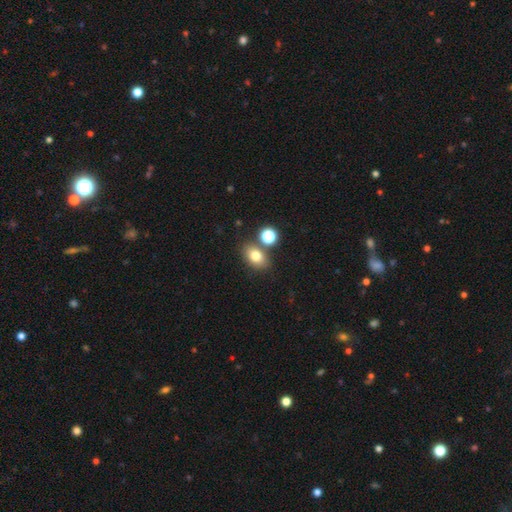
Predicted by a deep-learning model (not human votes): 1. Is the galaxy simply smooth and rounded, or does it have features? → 77% smooth, 12% star or artifact, 10% featured or disk.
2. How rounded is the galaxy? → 72% in between, 27% round, 1% cigar-shaped.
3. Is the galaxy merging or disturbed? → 71% none, 15% merger, 11% minor disturbance, 3% major disturbance.